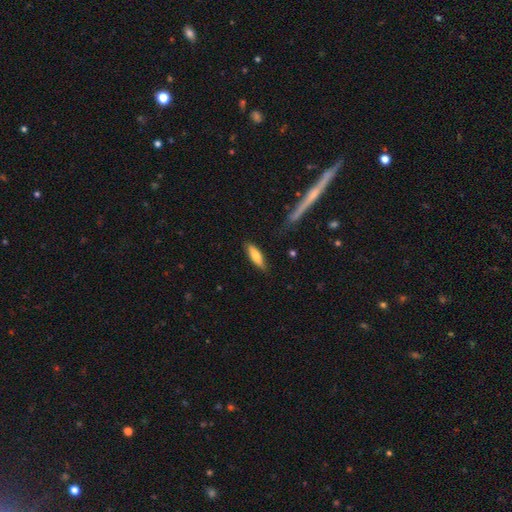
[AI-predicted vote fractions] Smooth or featured? smooth (73%)
How rounded? cigar-shaped (52%)
Merging? none (80%)